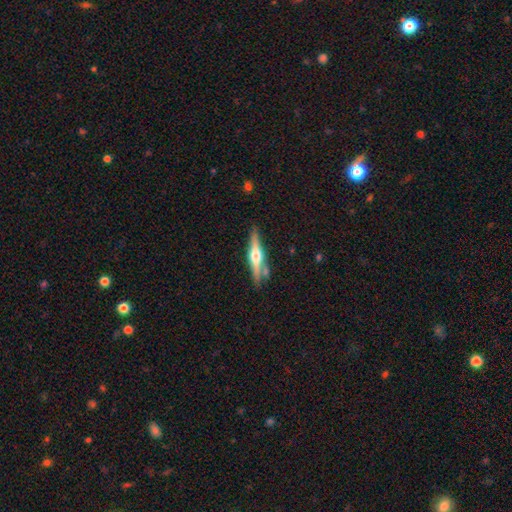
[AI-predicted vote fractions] Smooth or featured? Predicted: featured or disk (p=0.71). Edge-on disk? Predicted: yes (p=0.97). Edge-on bulge? Predicted: rounded (p=0.93). Merging? Predicted: none (p=0.78).